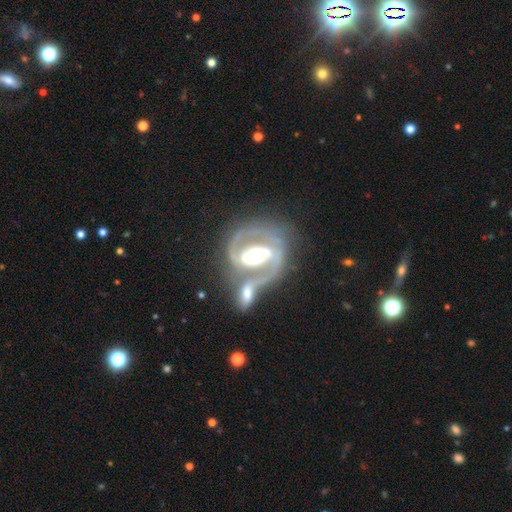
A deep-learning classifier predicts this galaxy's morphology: smooth-or-featured: featured or disk: 88% | smooth: 7% | star or artifact: 4%
  disk-edge-on: no: 97% | yes: 3%
    bar: strong: 38% | weak: 34% | no: 28%
    has-spiral-arms: yes: 92% | no: 8%
      spiral-winding: medium: 46% | tight: 41% | loose: 13%
      spiral-arm-count: 2: 83% | 1: 7% | can't tell: 5% | 3: 3% | 4: 1% | more than 4: 1%
    bulge-size: moderate: 66% | large: 22% | small: 9% | dominant: 2% | none: 1%
  merging: merger: 41% | none: 35% | minor disturbance: 13% | major disturbance: 11%